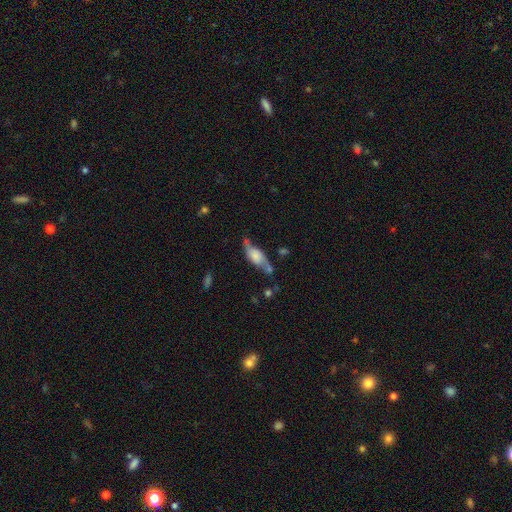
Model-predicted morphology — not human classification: The model was most divided on "smooth or featured": featured or disk: 61%, smooth: 32%, star or artifact: 7%. More confident: edge-on disk — no (73%); merging — none (55%).